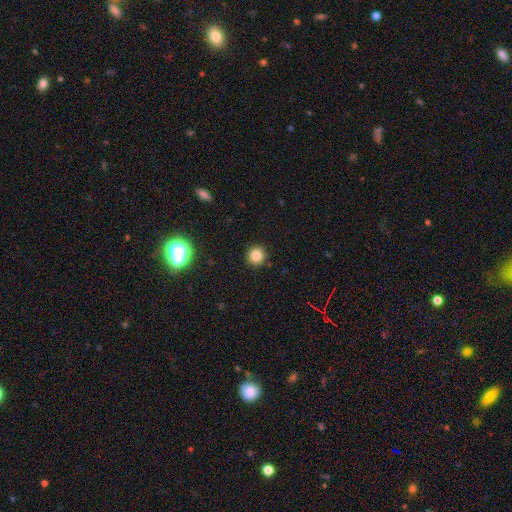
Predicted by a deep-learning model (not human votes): Overall: smooth (82%). How rounded: round (94%). Merging: none (92%).